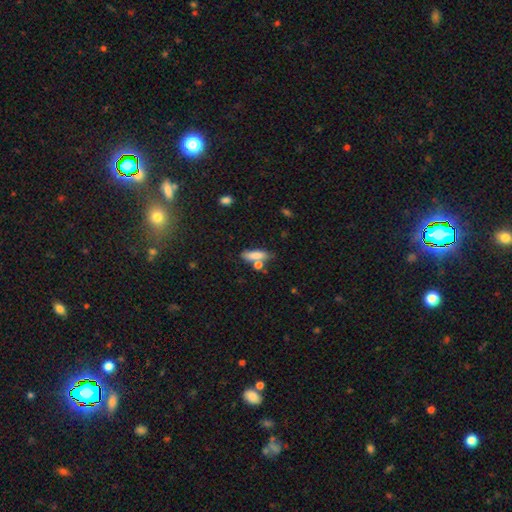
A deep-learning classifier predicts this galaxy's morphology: Overall: smooth (78%). How rounded: in between (50%; cigar-shaped 47%). Merging: none (55%; merger 22%).